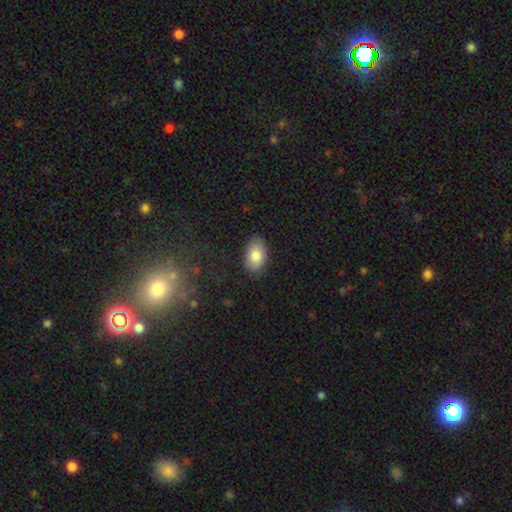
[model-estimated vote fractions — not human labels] Smooth or featured? Predicted: smooth (p=0.82). How rounded? Predicted: in between (p=0.91). Merging? Predicted: none (p=0.85).